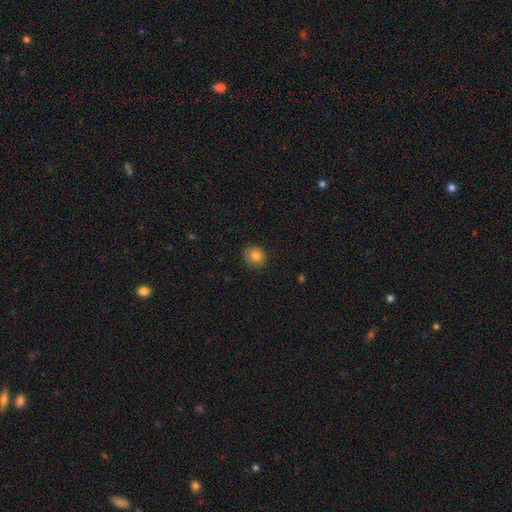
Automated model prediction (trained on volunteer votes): Smooth or featured? Predicted: smooth (p=0.83). How rounded? Predicted: round (p=0.85). Merging? Predicted: none (p=0.88).